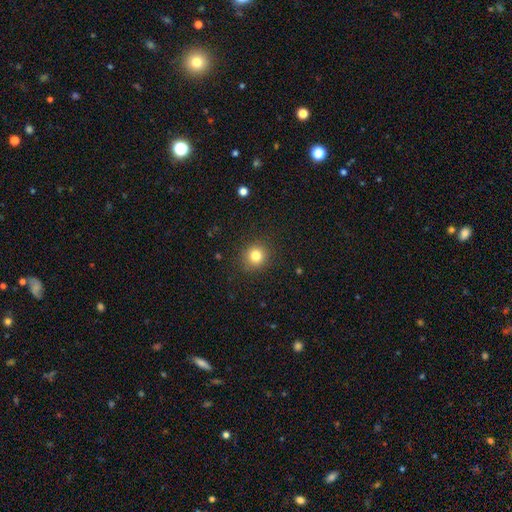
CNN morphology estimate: A smooth galaxy with no disk features (81%) that is round (89%). Merging: none (89%).